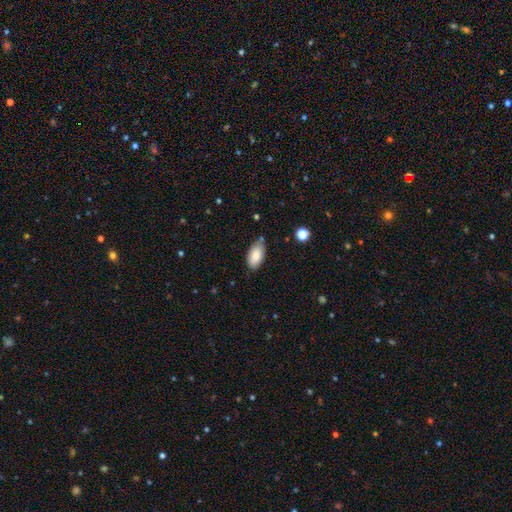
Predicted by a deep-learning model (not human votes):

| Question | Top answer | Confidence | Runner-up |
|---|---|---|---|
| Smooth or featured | smooth | 83% | featured or disk (9%) |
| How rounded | in between | 94% | round (3%) |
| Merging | none | 76% | minor disturbance (18%) |